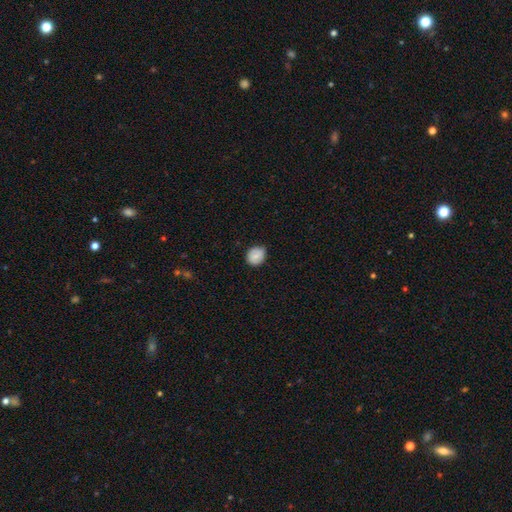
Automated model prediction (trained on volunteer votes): smooth_or_featured: smooth (p=0.77) [alt: featured or disk p=0.15]
how_rounded: round (p=0.69) [alt: in between p=0.30]
merging: none (p=0.79) [alt: minor disturbance p=0.17]